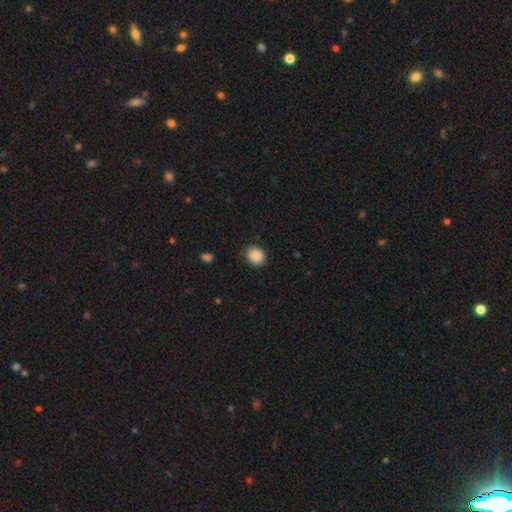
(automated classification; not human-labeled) smooth_or_featured: smooth (p=0.89) [alt: star or artifact p=0.08]
how_rounded: round (p=0.73) [alt: in between p=0.26]
merging: none (p=0.84) [alt: minor disturbance p=0.12]